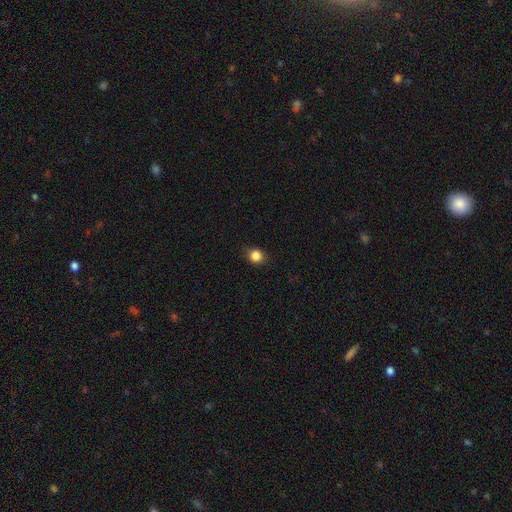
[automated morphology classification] Smooth or featured: smooth — 85% (star or artifact — 11%)
How rounded: round — 79% (in between — 20%)
Merging: none — 83% (minor disturbance — 13%)